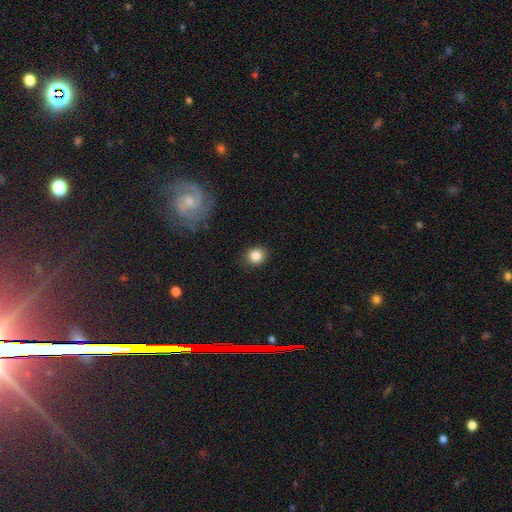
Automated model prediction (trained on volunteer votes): smooth-or-featured: smooth: 85% | star or artifact: 10% | featured or disk: 5%
  how-rounded: round: 73% | in between: 26% | cigar-shaped: 1%
  merging: none: 86% | minor disturbance: 11% | major disturbance: 3% | merger: 1%